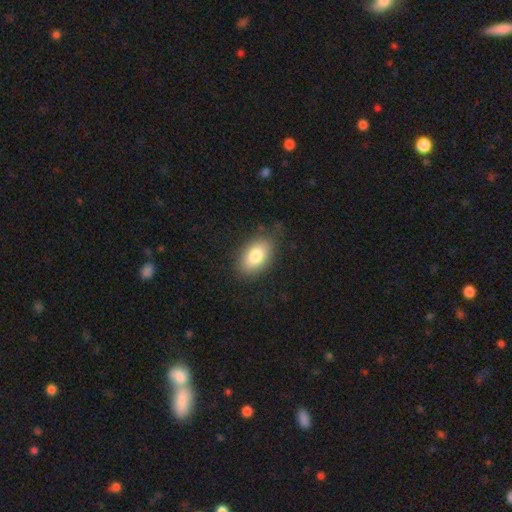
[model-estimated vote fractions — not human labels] This appears to be a smooth galaxy with no disk features (80%) that is in between round and cigar-shaped (90%). Merging: none (83%).